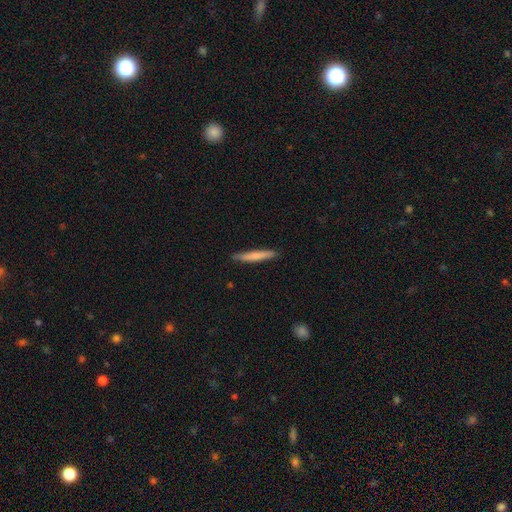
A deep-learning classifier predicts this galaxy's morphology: type=smooth (70%); roundness=cigar-shaped (95%); merging=none (89%).